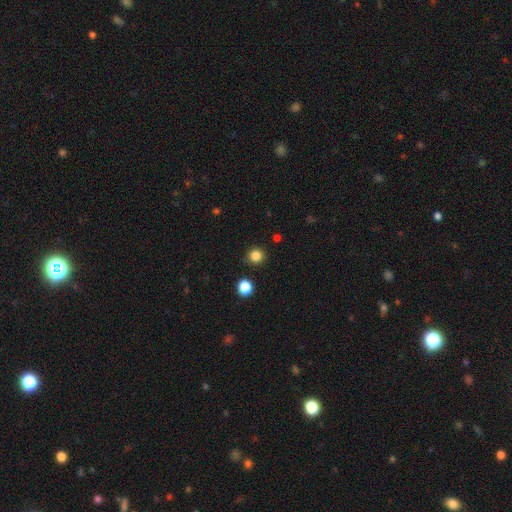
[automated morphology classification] Smooth or featured?
  - smooth: 83% *
  - star or artifact: 13%
  - featured or disk: 4%
How rounded?
  - round: 92% *
  - in between: 7%
  - cigar-shaped: 1%
Merging?
  - none: 89% *
  - minor disturbance: 7%
  - merger: 2%
  - major disturbance: 2%